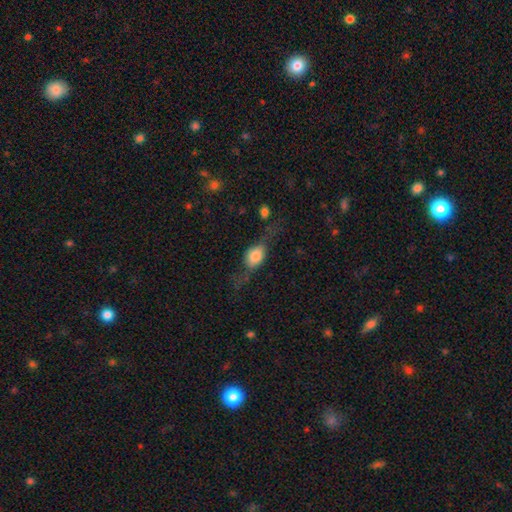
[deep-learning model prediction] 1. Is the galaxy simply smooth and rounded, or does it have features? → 51% smooth, 41% featured or disk, 9% star or artifact.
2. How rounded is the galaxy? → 63% in between, 27% round, 10% cigar-shaped.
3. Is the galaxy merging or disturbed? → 48% none, 25% major disturbance, 24% minor disturbance, 4% merger.